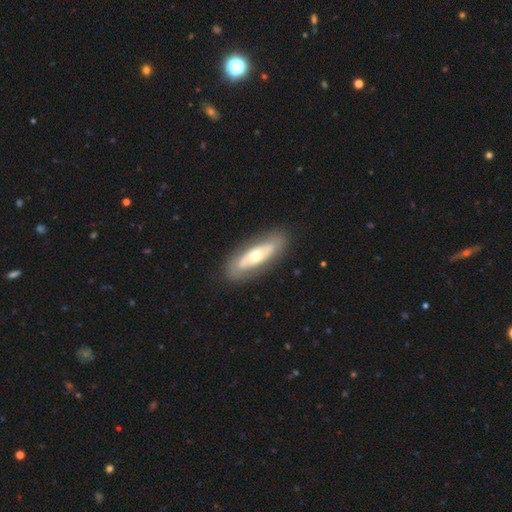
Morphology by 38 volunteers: smooth-or-featured: featured or disk: 71% | smooth: 24% | star or artifact: 5%
  disk-edge-on: no: 78% | yes: 22%
    bar: no: 90% | weak: 10% | strong: 0%
    has-spiral-arms: no: 90% | yes: 10%
    bulge-size: moderate: 57% | small: 38% | dominant: 5% | large: 0% | none: 0%
  merging: none: 89% | minor disturbance: 8% | major disturbance: 3% | merger: 0%